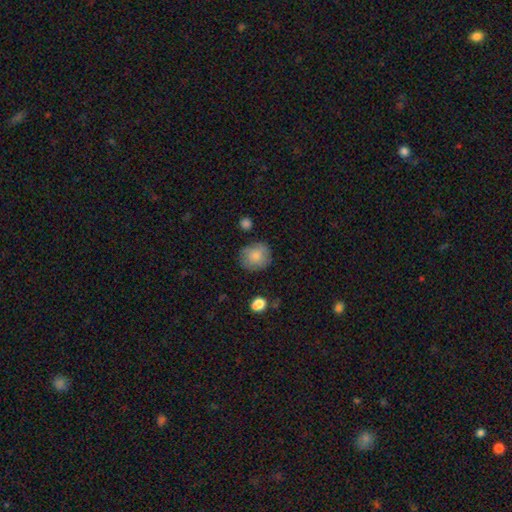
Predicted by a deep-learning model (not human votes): This is likely a smooth galaxy (80%). How rounded: clearly round (81%). Merging: likely none (74%).